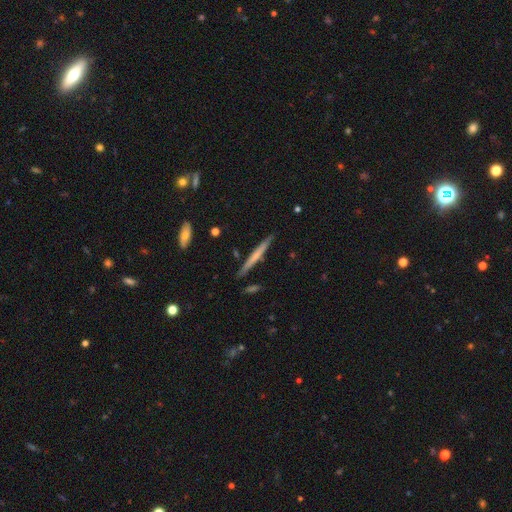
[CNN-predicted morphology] Smooth or featured? Predicted: smooth (p=0.49). Merging? Predicted: none (p=0.88).